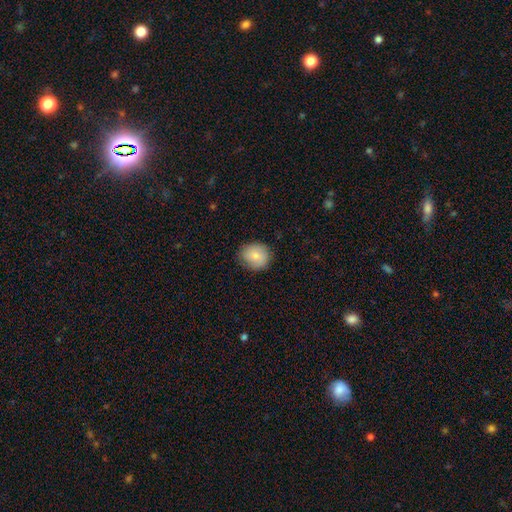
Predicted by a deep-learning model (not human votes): Smooth or featured?
  - smooth: 81% *
  - featured or disk: 11%
  - star or artifact: 7%
How rounded?
  - round: 77% *
  - in between: 22%
  - cigar-shaped: 1%
Merging?
  - none: 82% *
  - minor disturbance: 14%
  - major disturbance: 3%
  - merger: 1%